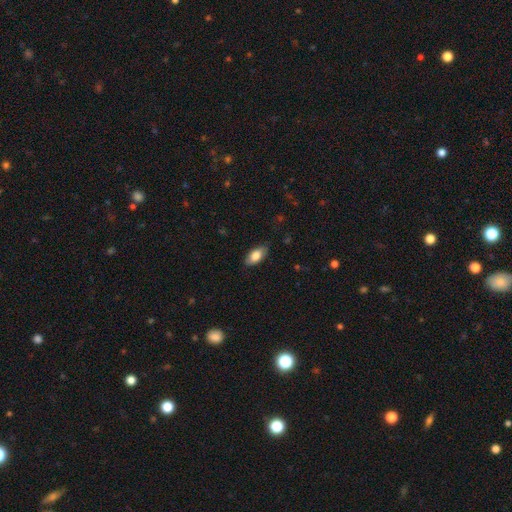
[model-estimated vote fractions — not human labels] Morphology: type=smooth (81%); roundness=in between (92%); merging=none (83%).